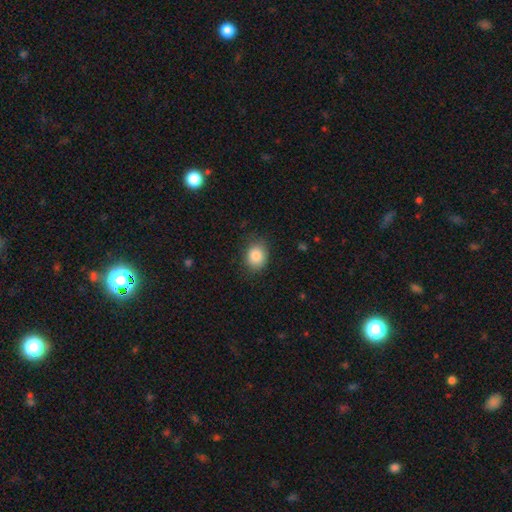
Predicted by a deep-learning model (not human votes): Smooth or featured? smooth (86%)
How rounded? round (54%)
Merging? none (79%)